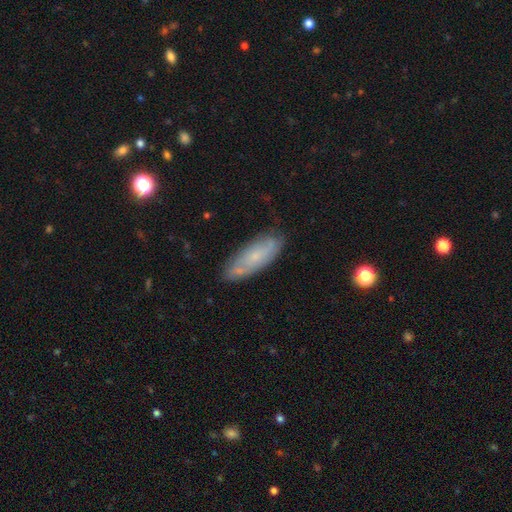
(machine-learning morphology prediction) Smooth or featured? Predicted: smooth (p=0.52). How rounded? Predicted: in between (p=0.62). Merging? Predicted: none (p=0.76).